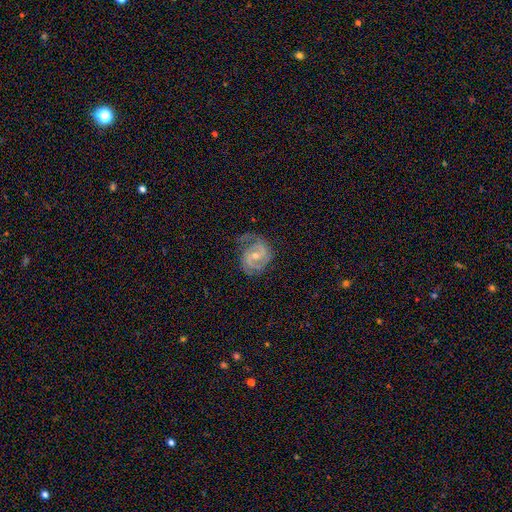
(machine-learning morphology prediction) A featured or disk galaxy (85%) with a weak bar (50%), 2 (78%) medium (47%) spiral arms (96%) and a moderate central bulge (48%, tied with small). Merging: none (62%).